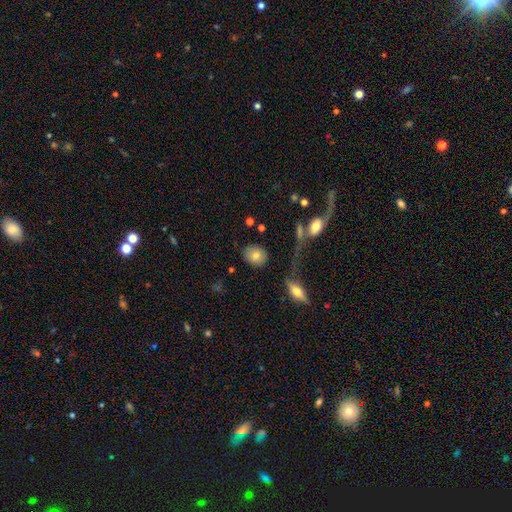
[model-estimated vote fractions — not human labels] Overall: smooth (79%). How rounded: round (60%; in between 38%). Merging: none (81%).